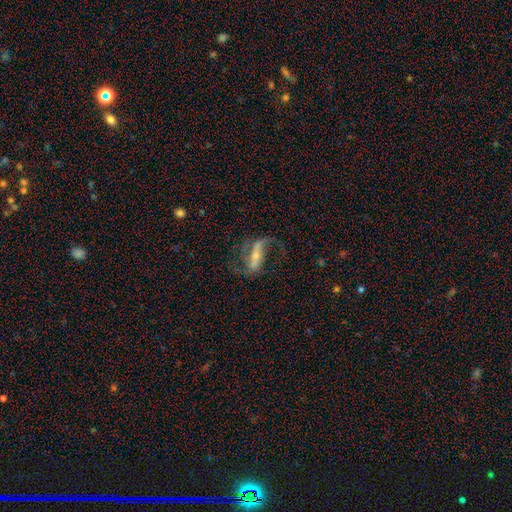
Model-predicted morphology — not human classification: smooth-or-featured: featured or disk: 78% | smooth: 14% | star or artifact: 8%
  disk-edge-on: no: 86% | yes: 14%
    bar: strong: 60% | weak: 24% | no: 16%
    has-spiral-arms: yes: 88% | no: 12%
      spiral-winding: loose: 63% | medium: 29% | tight: 8%
      spiral-arm-count: 2: 85% | 1: 8% | can't tell: 4% | 3: 1% | 4: 1% | more than 4: 1%
    bulge-size: small: 54% | moderate: 32% | none: 7% | large: 5% | dominant: 2%
  merging: none: 59% | major disturbance: 22% | minor disturbance: 16% | merger: 3%